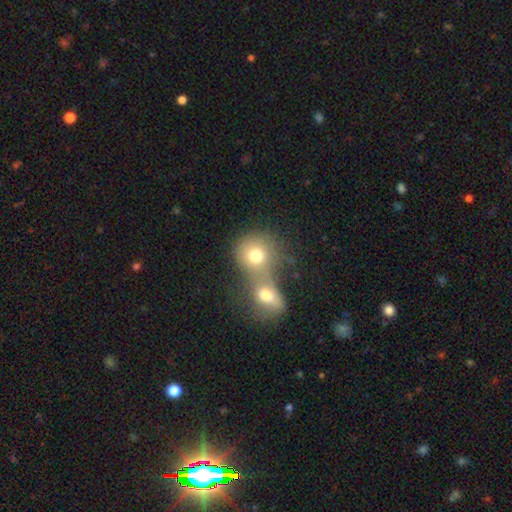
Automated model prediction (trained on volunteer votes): A smooth galaxy with no disk features (73%) that is round (77%). Merging: merger (66%).